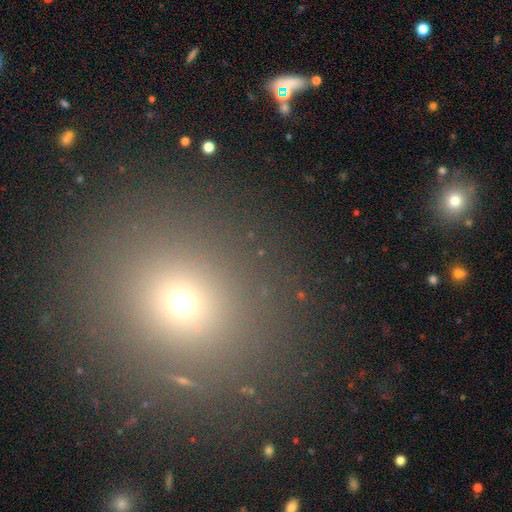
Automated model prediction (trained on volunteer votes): smooth_or_featured: smooth (p=0.62) [alt: star or artifact p=0.30]
how_rounded: round (p=0.84) [alt: in between p=0.15]
merging: none (p=0.88) [alt: minor disturbance p=0.06]